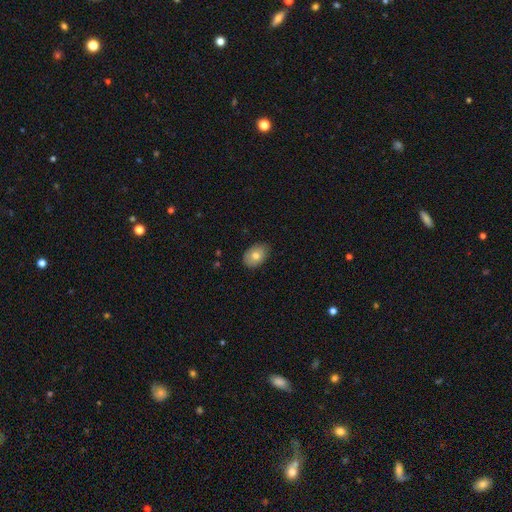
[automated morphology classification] Smooth or featured?
  - smooth: 76% *
  - featured or disk: 16%
  - star or artifact: 8%
How rounded?
  - in between: 79% *
  - round: 20%
  - cigar-shaped: 1%
Merging?
  - none: 79% *
  - minor disturbance: 17%
  - major disturbance: 3%
  - merger: 1%